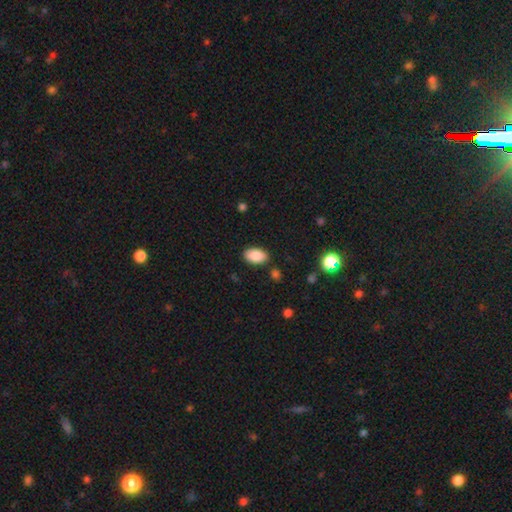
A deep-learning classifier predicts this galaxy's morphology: Smooth or featured: smooth — 88% (star or artifact — 7%)
How rounded: in between — 93% (round — 5%)
Merging: none — 86% (minor disturbance — 10%)